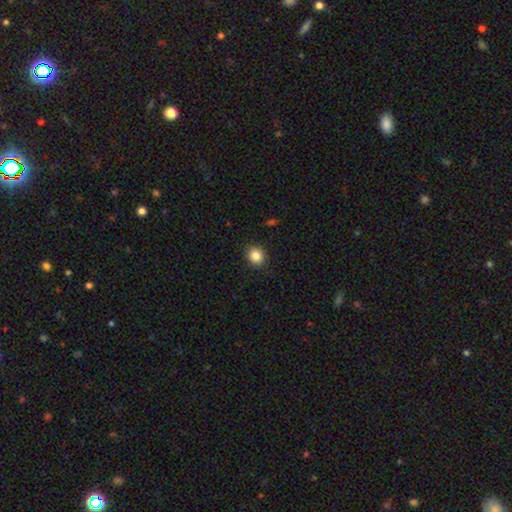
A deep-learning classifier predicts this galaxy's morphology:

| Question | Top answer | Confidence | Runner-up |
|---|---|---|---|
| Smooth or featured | smooth | 86% | star or artifact (10%) |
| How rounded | round | 81% | in between (18%) |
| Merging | none | 89% | minor disturbance (7%) |